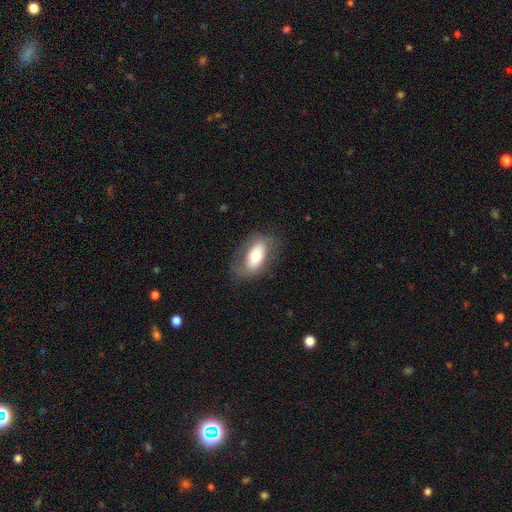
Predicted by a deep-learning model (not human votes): This is likely a smooth galaxy (62%). How rounded: clearly in between (89%). Merging: likely none (74%).